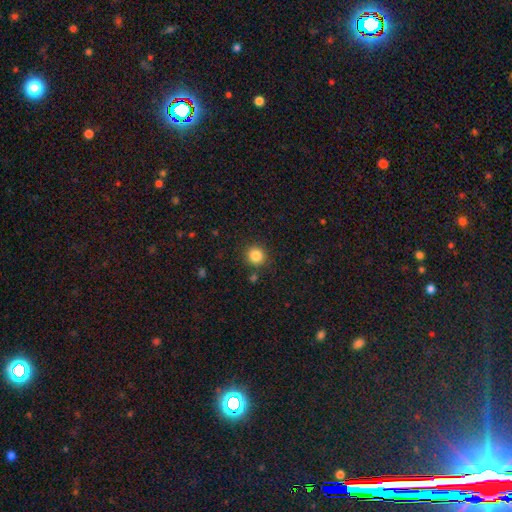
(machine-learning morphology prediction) smooth-or-featured: smooth: 85% | star or artifact: 11% | featured or disk: 4%
  how-rounded: round: 93% | in between: 6% | cigar-shaped: 1%
  merging: none: 88% | minor disturbance: 6% | merger: 3% | major disturbance: 2%